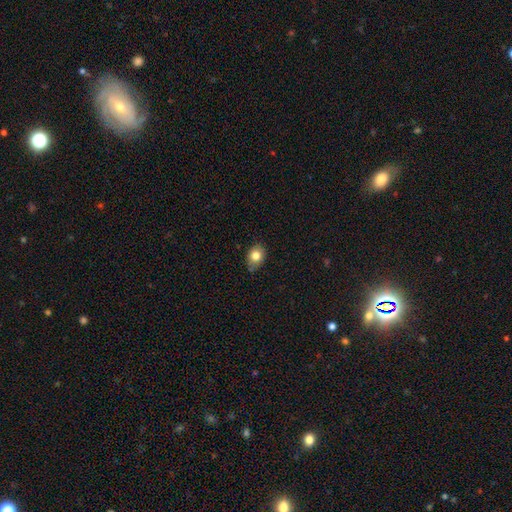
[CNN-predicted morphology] Smooth or featured: smooth — 81% (featured or disk — 10%)
How rounded: in between — 55% (round — 44%)
Merging: none — 76% (minor disturbance — 19%)